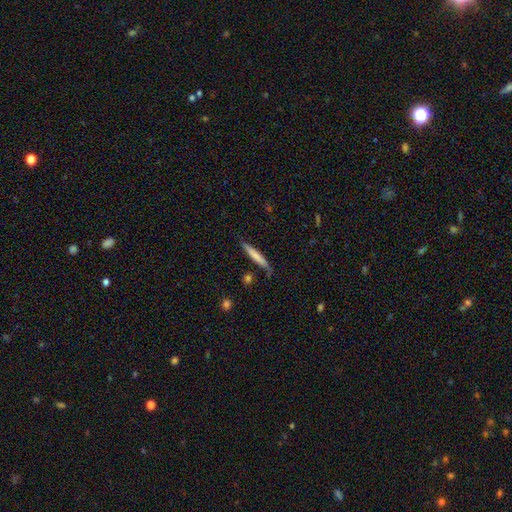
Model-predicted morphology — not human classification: This is likely a smooth galaxy (66%). How rounded: clearly cigar-shaped (94%). Merging: likely none (76%).